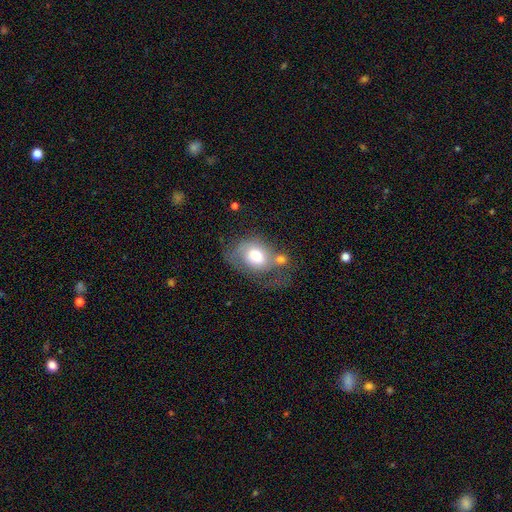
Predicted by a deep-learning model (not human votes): Smooth or featured? Predicted: smooth (p=0.62). How rounded? Predicted: in between (p=0.63). Merging? Predicted: none (p=0.27, tied with major disturbance).